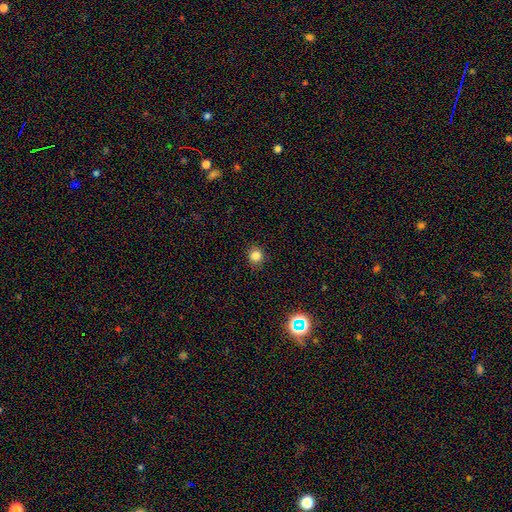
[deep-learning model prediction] Q: Smooth or featured?
A: smooth (82%); runner-up: star or artifact (13%)
Q: How rounded?
A: round (86%); runner-up: in between (13%)
Q: Merging?
A: none (89%); runner-up: minor disturbance (8%)